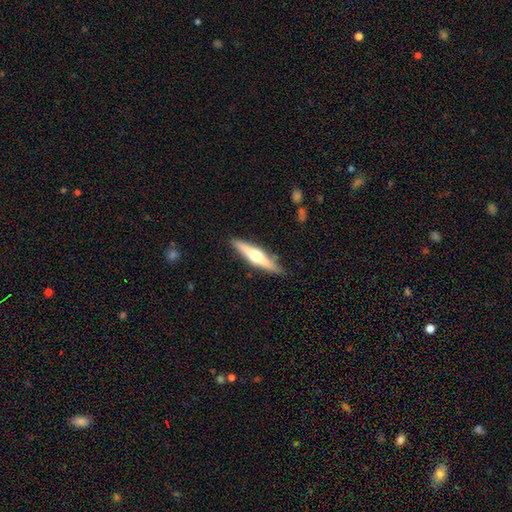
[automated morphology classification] type=featured or disk (60%); edge-on=yes (96%); edge-on bulge=rounded (93%); merging=none (87%).